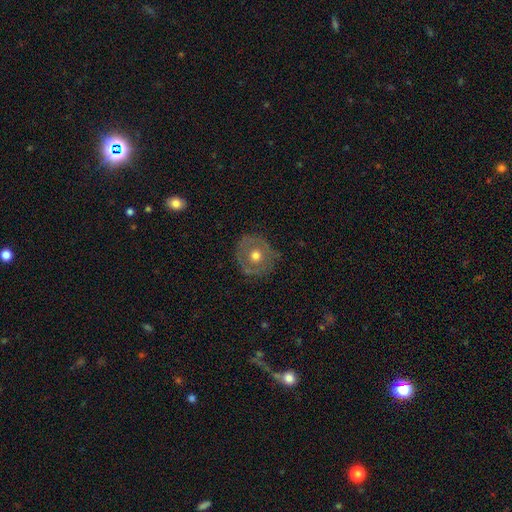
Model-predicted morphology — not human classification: A smooth galaxy with no disk features (47%). Merging: none (77%).